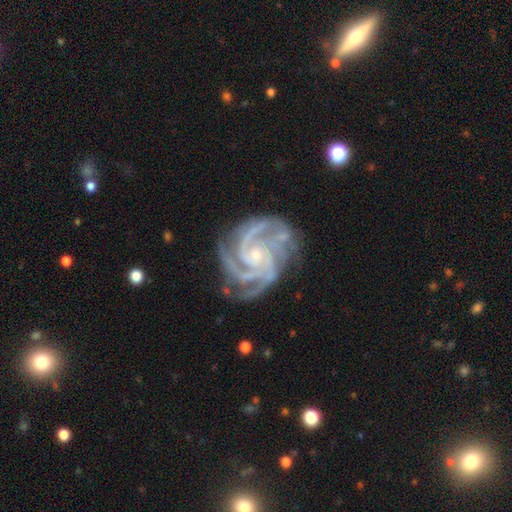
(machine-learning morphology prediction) The model was most divided on "spiral arm count": 4: 39%, 3: 34%, 2: 7%, more than 4: 7%, can't tell: 7%, 1: 6%. More confident: spiral arms — yes (99%); edge-on disk — no (98%); smooth or featured — featured or disk (94%); bulge size — small (78%); merging — none (74%); spiral winding — tight (66%); bar — no (66%).